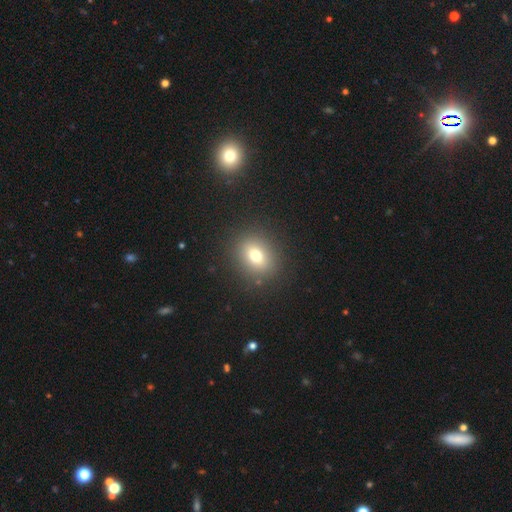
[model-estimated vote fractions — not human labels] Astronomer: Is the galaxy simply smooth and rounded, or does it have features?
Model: smooth — 73%.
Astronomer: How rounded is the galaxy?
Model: round — 58% (runner-up: in between, 41%).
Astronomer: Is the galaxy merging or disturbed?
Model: none — 87%.